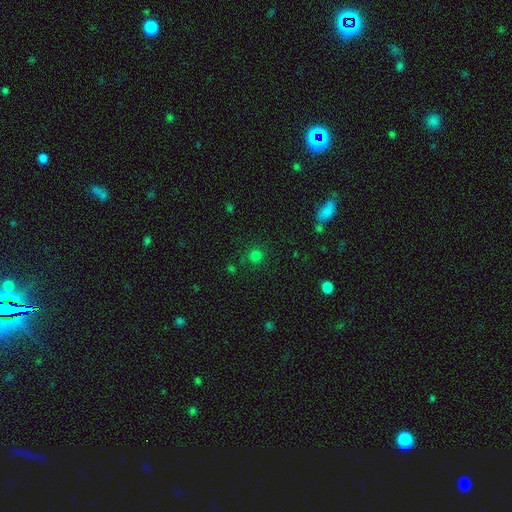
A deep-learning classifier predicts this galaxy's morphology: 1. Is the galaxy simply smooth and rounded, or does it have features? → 76% smooth, 20% star or artifact, 5% featured or disk.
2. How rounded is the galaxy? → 92% round, 7% in between, 1% cigar-shaped.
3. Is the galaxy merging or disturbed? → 84% none, 9% minor disturbance, 4% major disturbance, 3% merger.